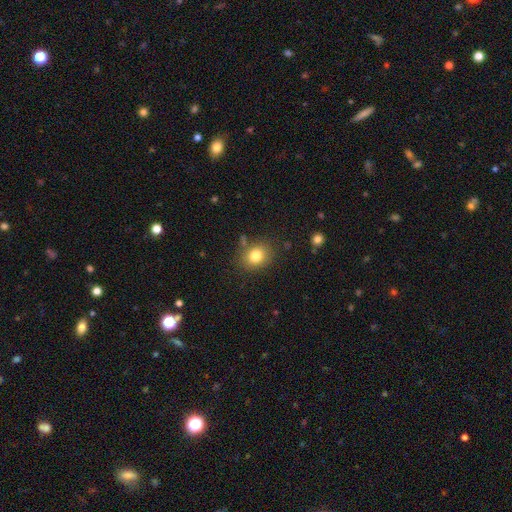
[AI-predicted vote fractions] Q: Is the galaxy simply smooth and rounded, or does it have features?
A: smooth — 80%.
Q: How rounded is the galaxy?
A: round — 60%.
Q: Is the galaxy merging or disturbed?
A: none — 81%.